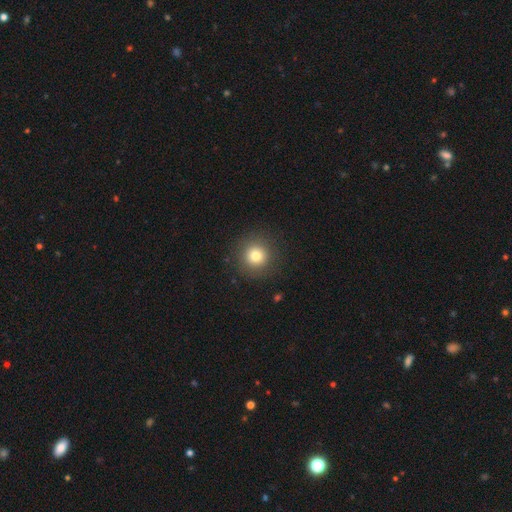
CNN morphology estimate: Smooth or featured: smooth — 79% (star or artifact — 13%)
How rounded: round — 95% (in between — 4%)
Merging: none — 90% (minor disturbance — 6%)